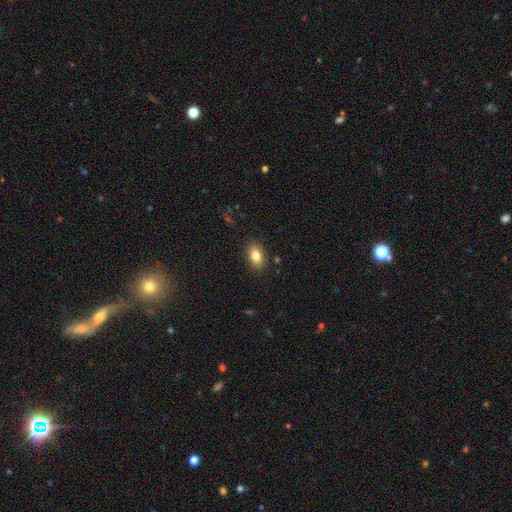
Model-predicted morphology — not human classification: smooth 82%, featured or disk 9%, star or artifact 8%. Down the decision tree: how rounded — in between (88%); merging — none (87%).